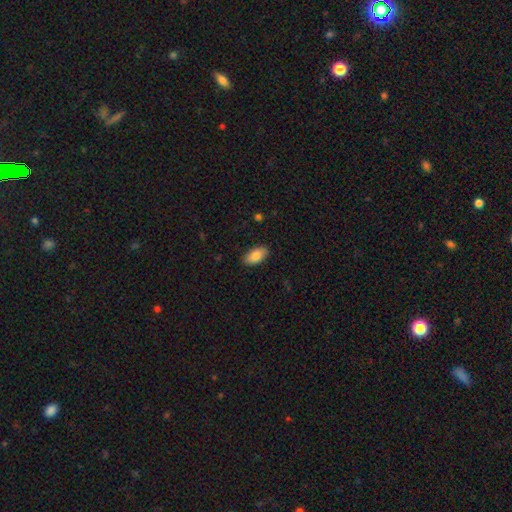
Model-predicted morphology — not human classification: Smooth or featured? smooth (85%)
How rounded? in between (93%)
Merging? none (89%)